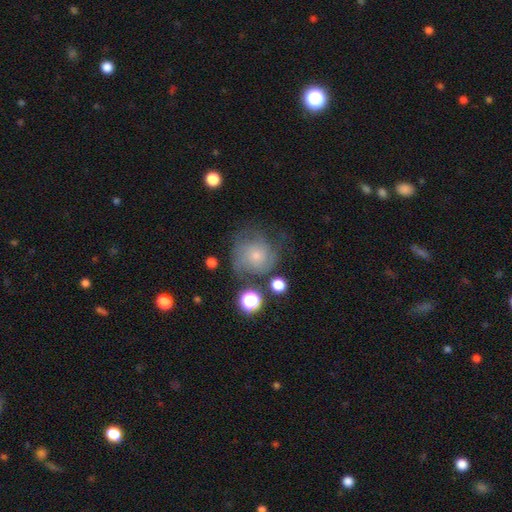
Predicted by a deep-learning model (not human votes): Smooth or featured: smooth — 49% (featured or disk — 39%)
Merging: none — 52% (minor disturbance — 23%)